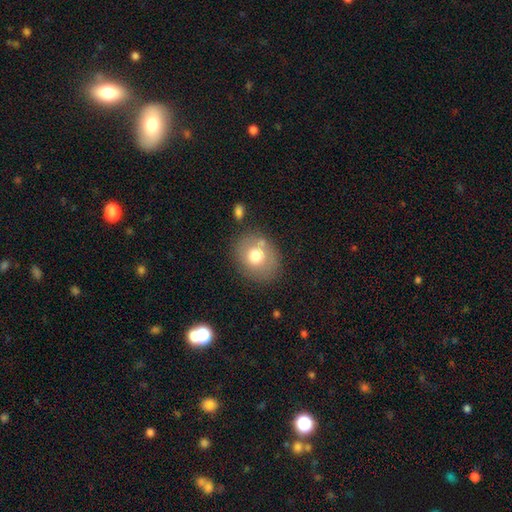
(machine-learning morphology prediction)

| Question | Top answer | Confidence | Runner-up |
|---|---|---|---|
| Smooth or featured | smooth | 70% | featured or disk (21%) |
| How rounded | round | 58% | in between (42%) |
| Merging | none | 72% | minor disturbance (15%) |